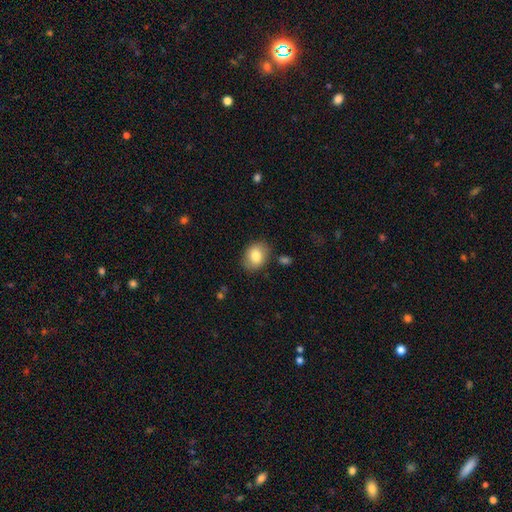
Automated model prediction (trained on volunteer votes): The model was most divided on "how rounded": in between: 62%, round: 37%, cigar-shaped: 1%. More confident: merging — none (82%); smooth or featured — smooth (80%).